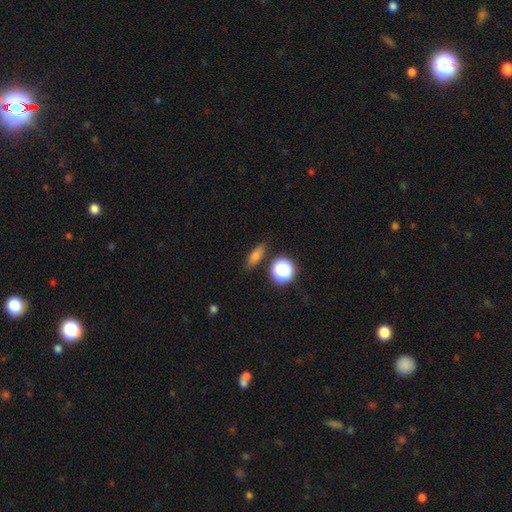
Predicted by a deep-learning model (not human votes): The model was most divided on "how rounded": in between: 49%, cigar-shaped: 32%, round: 19%. More confident: merging — none (83%); smooth or featured — smooth (71%).